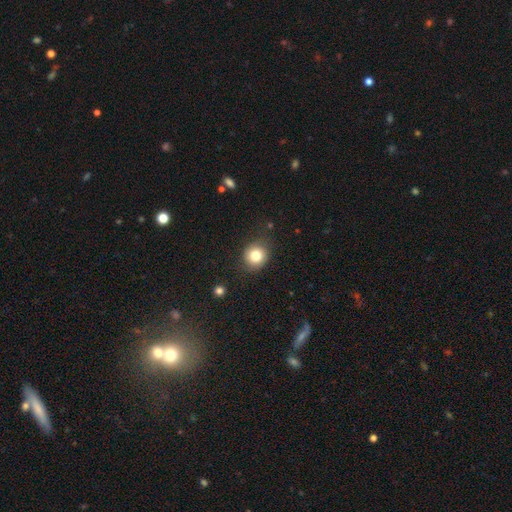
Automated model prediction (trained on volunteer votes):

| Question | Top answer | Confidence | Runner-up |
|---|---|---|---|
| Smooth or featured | smooth | 81% | star or artifact (10%) |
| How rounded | round | 81% | in between (18%) |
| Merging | none | 82% | minor disturbance (13%) |